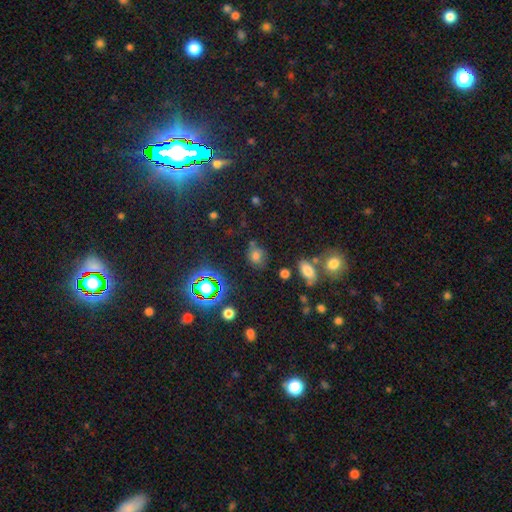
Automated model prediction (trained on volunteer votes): A smooth galaxy with no disk features (64%) that is round (51%).

Vote fractions:
- Smooth or featured? smooth: 64% / star or artifact: 26% / featured or disk: 10%
- How rounded? round: 51% / in between: 47% / cigar-shaped: 2%
- Merging? none: 69% / minor disturbance: 19% / merger: 7% / major disturbance: 6%